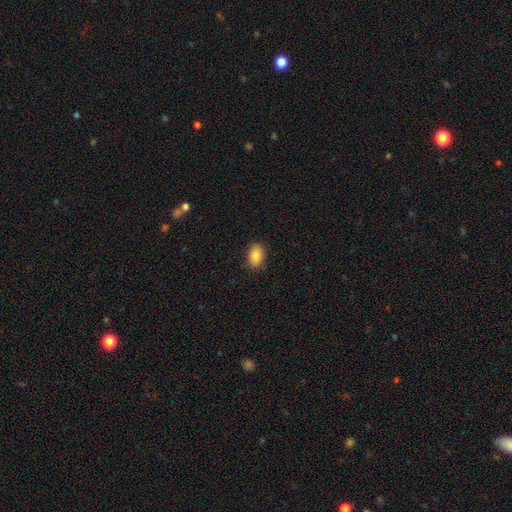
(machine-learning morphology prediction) Smooth or featured?
  - smooth: 88% *
  - star or artifact: 8%
  - featured or disk: 5%
How rounded?
  - in between: 89% *
  - round: 10%
  - cigar-shaped: 1%
Merging?
  - none: 88% *
  - minor disturbance: 9%
  - major disturbance: 2%
  - merger: 1%